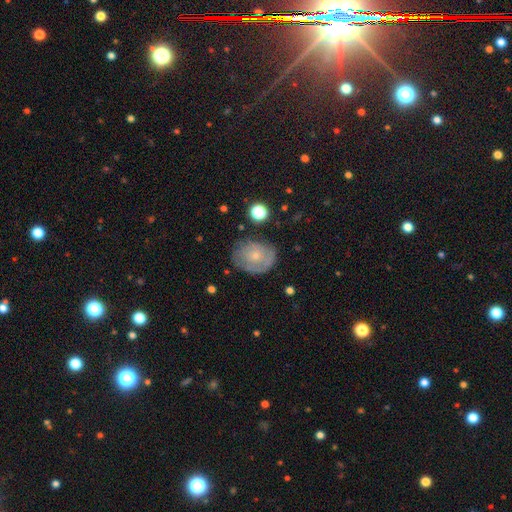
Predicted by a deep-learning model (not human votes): smooth-or-featured: smooth: 50% | featured or disk: 41% | star or artifact: 8%
  how-rounded: round: 55% | in between: 44% | cigar-shaped: 1%
  merging: none: 68% | minor disturbance: 23% | major disturbance: 8% | merger: 2%